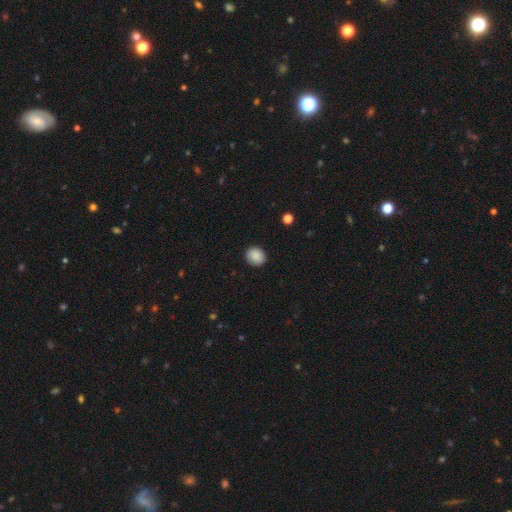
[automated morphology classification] Q: Smooth or featured?
A: smooth (89%); runner-up: star or artifact (8%)
Q: How rounded?
A: round (71%); runner-up: in between (28%)
Q: Merging?
A: none (90%); runner-up: minor disturbance (7%)